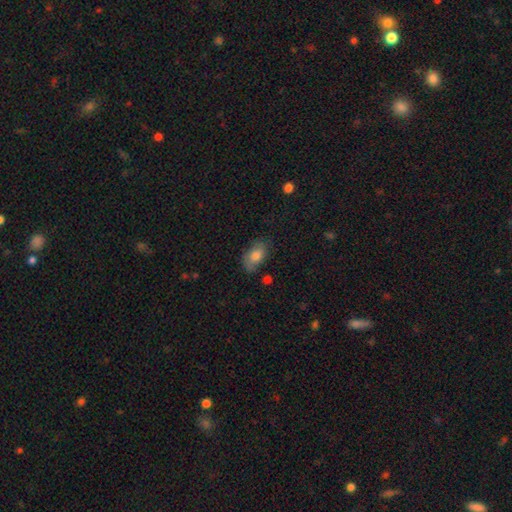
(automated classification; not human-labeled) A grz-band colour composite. It shows a smooth galaxy with no disk features (77%) that is in between round and cigar-shaped (90%). Merging: none (66%).